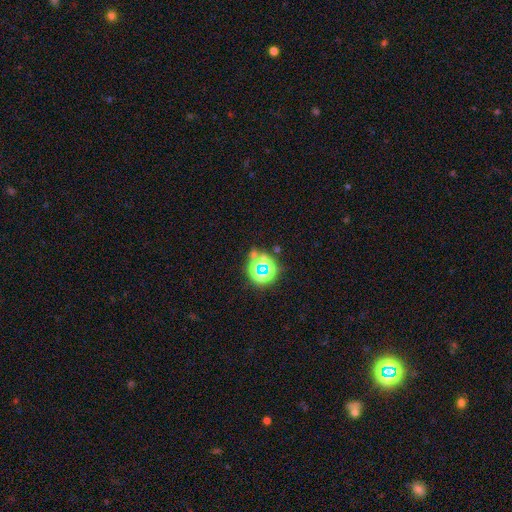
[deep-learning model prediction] The model was most divided on "smooth or featured": star or artifact: 66%, smooth: 23%, featured or disk: 11%.